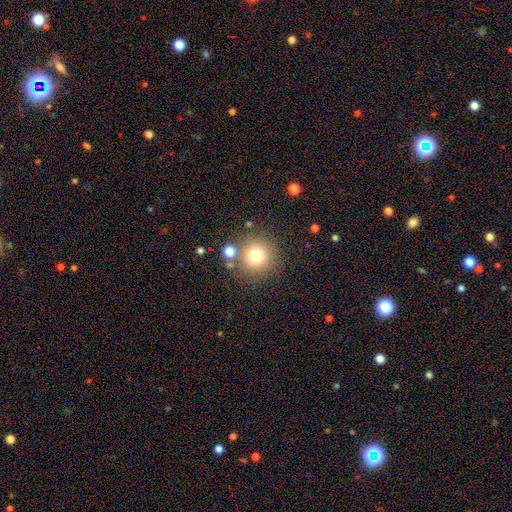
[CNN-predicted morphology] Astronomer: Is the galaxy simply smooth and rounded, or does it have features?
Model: smooth — 74%.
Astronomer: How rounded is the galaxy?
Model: round — 95%.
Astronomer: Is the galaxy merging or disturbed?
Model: none — 80%.